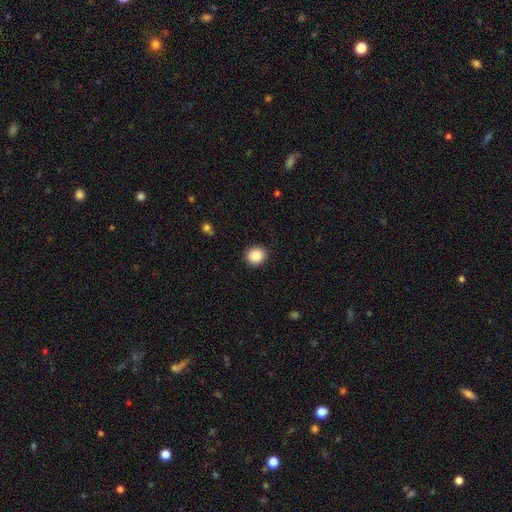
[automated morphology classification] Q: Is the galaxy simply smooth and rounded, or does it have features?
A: smooth — 89%.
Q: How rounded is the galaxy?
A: round — 84%.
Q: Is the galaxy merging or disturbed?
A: none — 90%.